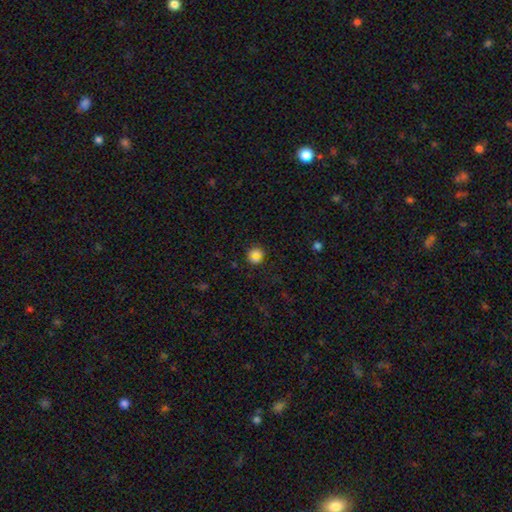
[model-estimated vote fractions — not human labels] smooth-or-featured: smooth: 80% | star or artifact: 13% | featured or disk: 7%
  how-rounded: round: 88% | in between: 11% | cigar-shaped: 1%
  merging: none: 75% | minor disturbance: 14% | merger: 7% | major disturbance: 4%